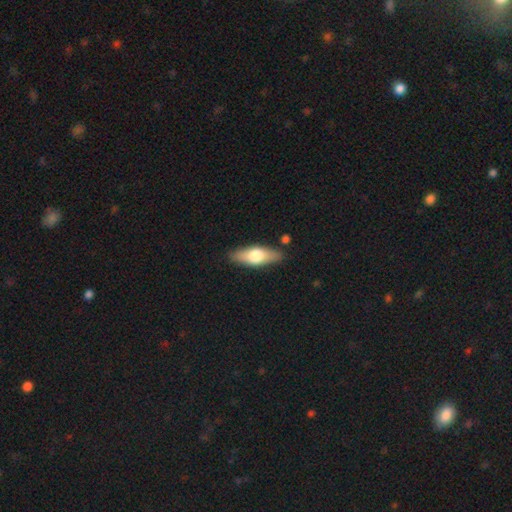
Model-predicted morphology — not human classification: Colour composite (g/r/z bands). It shows a smooth galaxy with no disk features (59%) that is in between round and cigar-shaped (61%). Merging: none (84%).